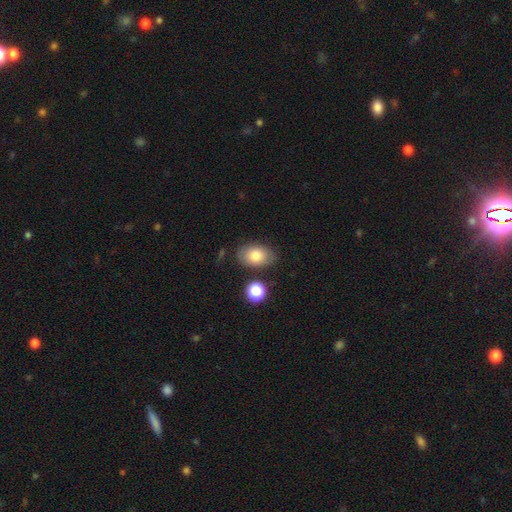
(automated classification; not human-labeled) This is likely a smooth galaxy (78%). How rounded: clearly in between (85%). Merging: likely none (79%).